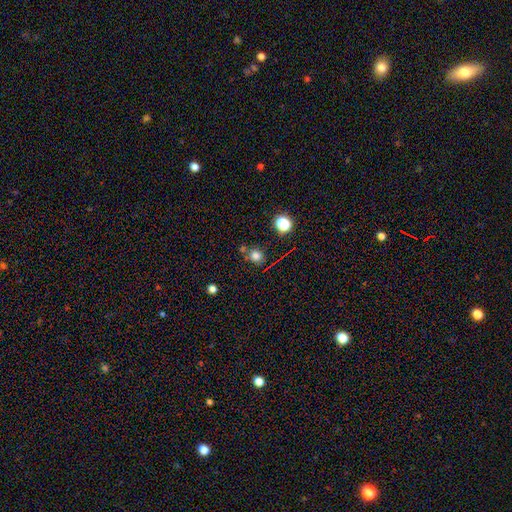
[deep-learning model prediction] Overall: smooth (76%). How rounded: round (82%). Merging: none (70%).